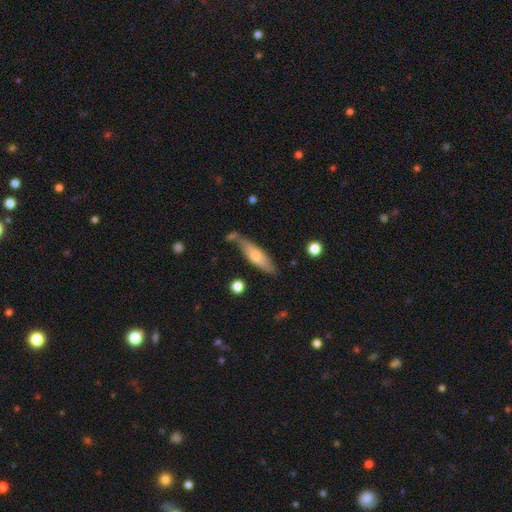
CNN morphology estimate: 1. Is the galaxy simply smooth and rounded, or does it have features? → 62% smooth, 32% featured or disk, 6% star or artifact.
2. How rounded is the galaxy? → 60% cigar-shaped, 38% in between, 2% round.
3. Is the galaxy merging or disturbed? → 59% none, 23% minor disturbance, 12% merger, 7% major disturbance.